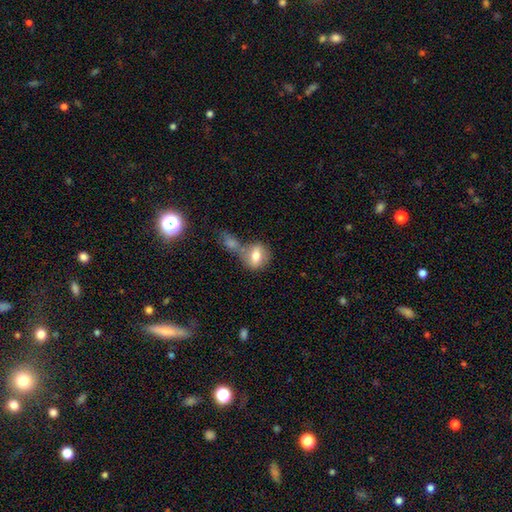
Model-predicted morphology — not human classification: Q: Smooth or featured?
A: smooth (70%); runner-up: featured or disk (21%)
Q: How rounded?
A: in between (56%); runner-up: round (40%)
Q: Merging?
A: merger (48%); runner-up: none (35%)